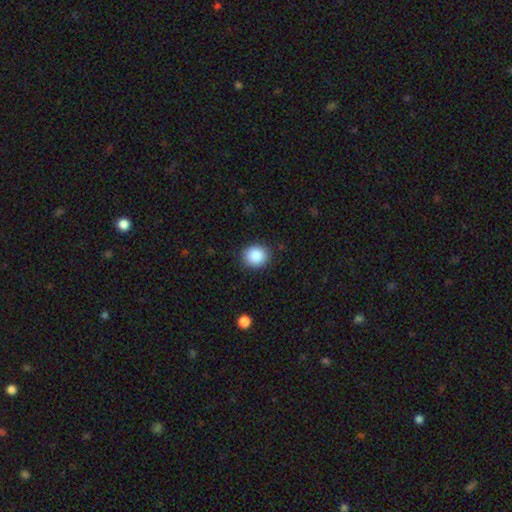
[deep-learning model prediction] smooth 88%, star or artifact 9%, featured or disk 3%. Down the decision tree: how rounded — round (83%); merging — none (89%).